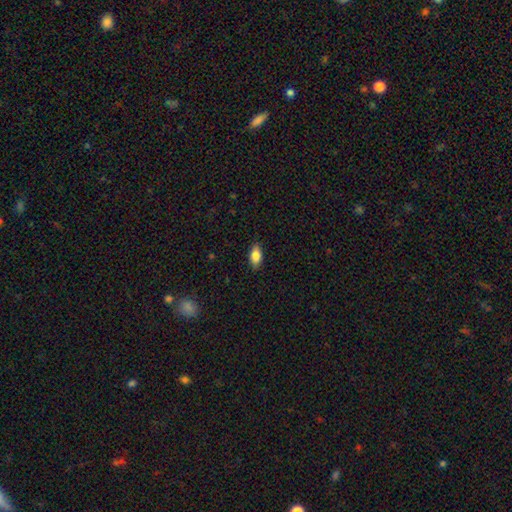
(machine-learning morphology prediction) smooth-or-featured: smooth: 79% | featured or disk: 14% | star or artifact: 7%
  how-rounded: in between: 87% | cigar-shaped: 9% | round: 4%
  merging: none: 87% | minor disturbance: 10% | major disturbance: 2% | merger: 1%